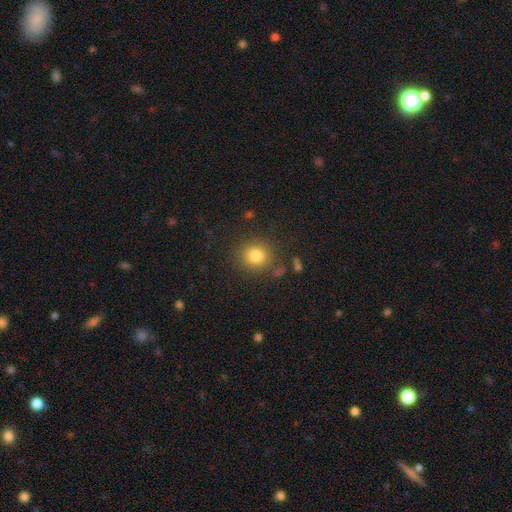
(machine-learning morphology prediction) smooth_or_featured: smooth (p=0.82) [alt: star or artifact p=0.12]
how_rounded: round (p=0.87) [alt: in between p=0.12]
merging: none (p=0.84) [alt: minor disturbance p=0.09]